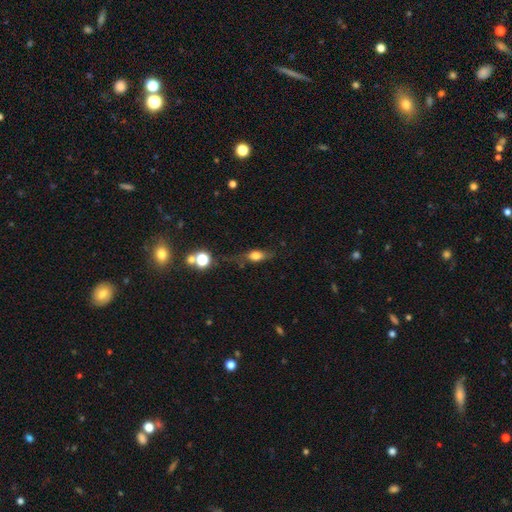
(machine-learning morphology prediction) A smooth galaxy with no disk features (66%) that is in between round and cigar-shaped (65%). Merging: none (54%).